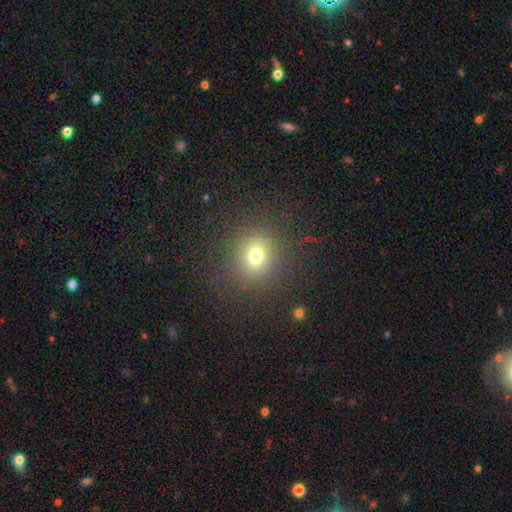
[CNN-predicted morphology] smooth 71%, star or artifact 19%, featured or disk 9%. Down the decision tree: how rounded — round (78%); merging — none (85%).